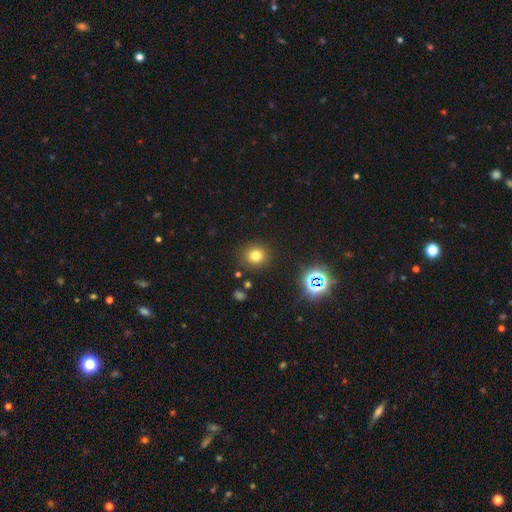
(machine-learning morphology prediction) Smooth or featured: smooth — 74% (star or artifact — 19%)
How rounded: round — 89% (in between — 10%)
Merging: none — 87% (minor disturbance — 8%)